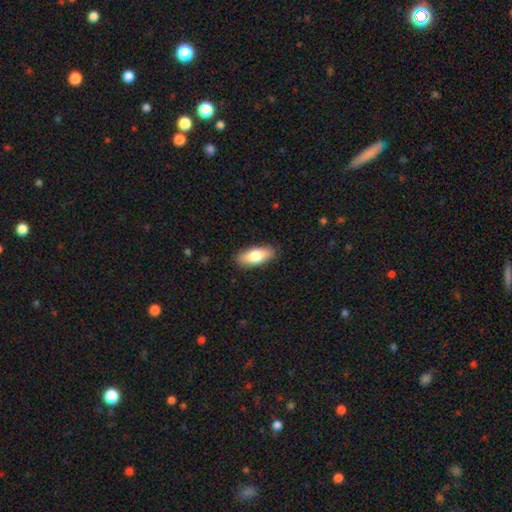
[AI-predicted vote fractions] This is likely a smooth galaxy (76%). How rounded: likely in between (77%). Merging: clearly none (88%).